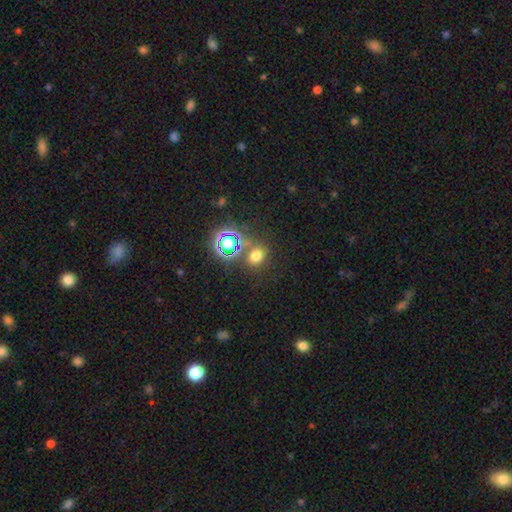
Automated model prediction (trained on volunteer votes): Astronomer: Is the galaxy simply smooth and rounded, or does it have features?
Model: smooth — 62%.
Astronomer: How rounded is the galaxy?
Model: round — 58% (runner-up: in between, 40%).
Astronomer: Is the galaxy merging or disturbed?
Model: none — 71%.